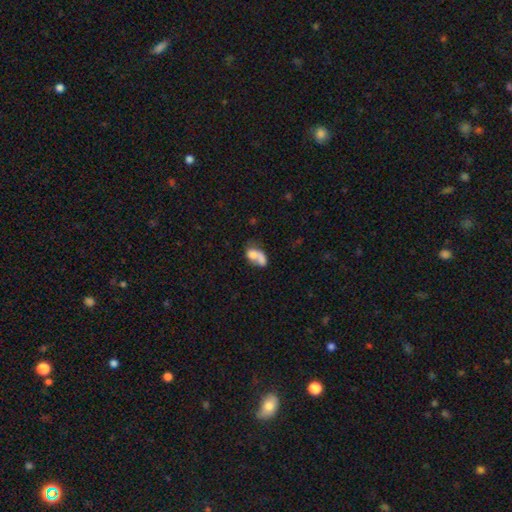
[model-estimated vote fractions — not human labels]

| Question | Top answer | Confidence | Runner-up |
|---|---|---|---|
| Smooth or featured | smooth | 66% | featured or disk (25%) |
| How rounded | in between | 77% | round (21%) |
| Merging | merger | 60% | none (18%) |